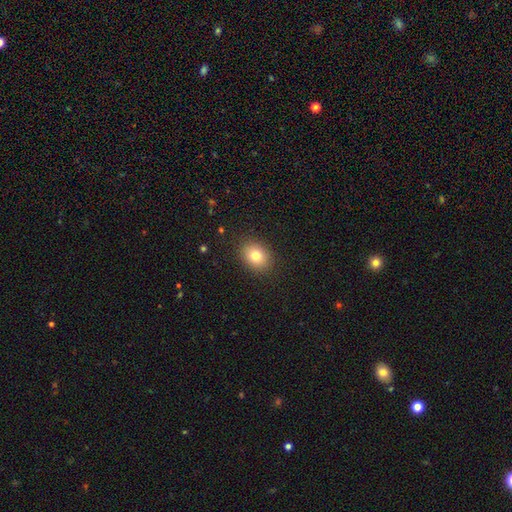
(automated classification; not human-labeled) The model was most divided on "how rounded": in between: 52%, round: 48%, cigar-shaped: 1%. More confident: merging — none (89%); smooth or featured — smooth (79%).